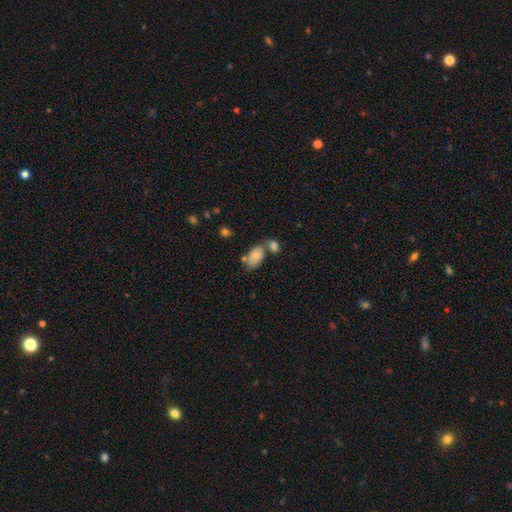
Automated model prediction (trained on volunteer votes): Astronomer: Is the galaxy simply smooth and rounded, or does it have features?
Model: smooth — 80%.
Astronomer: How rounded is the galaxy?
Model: in between — 92%.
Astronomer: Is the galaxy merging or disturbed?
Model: none — 44% (runner-up: merger, 35%).